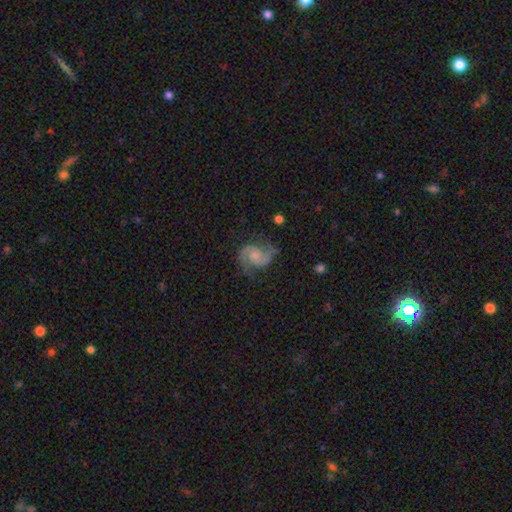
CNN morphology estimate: This is clearly a featured or disk galaxy (83%). It is clearly not viewed edge-on (98%). Bar: likely no (63%). Spiral arm pattern: clearly yes (97%). Spiral arm count: clearly 2 (92%). Spiral winding: possibly medium (55%). Central bulge: marginally small (32%). Merging: likely none (72%).